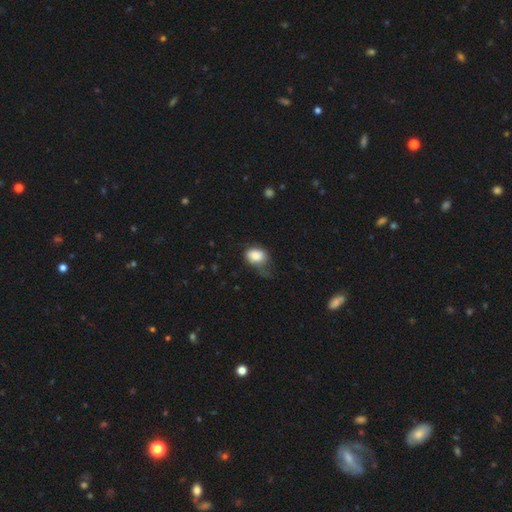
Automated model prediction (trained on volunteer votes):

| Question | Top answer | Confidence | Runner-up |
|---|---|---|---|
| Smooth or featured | smooth | 83% | featured or disk (9%) |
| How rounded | in between | 71% | round (28%) |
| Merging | minor disturbance | 38% | none (30%) |